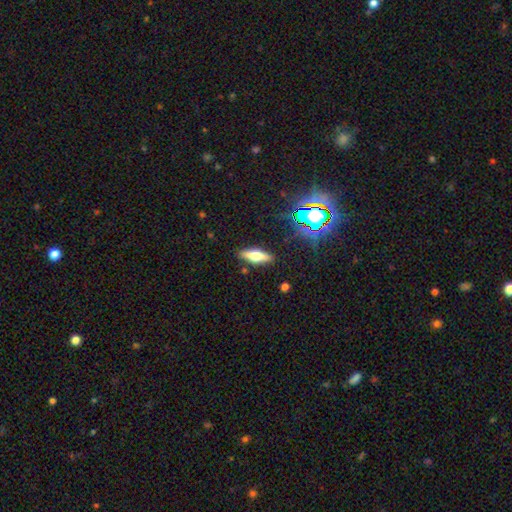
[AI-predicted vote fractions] Smooth or featured: smooth — 49% (featured or disk — 40%)
Merging: none — 87% (minor disturbance — 9%)